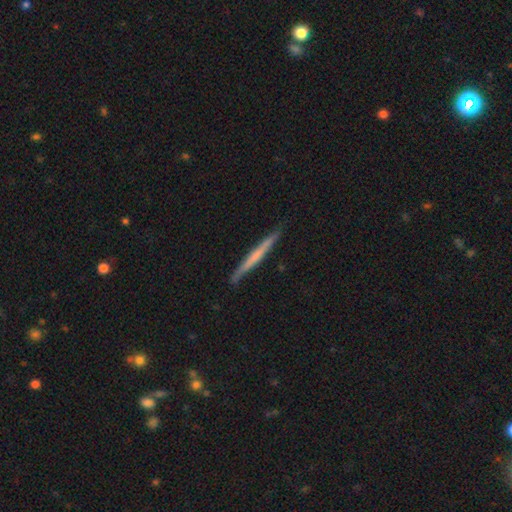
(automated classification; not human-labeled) smooth-or-featured: featured or disk: 48% | smooth: 46% | star or artifact: 5%
  merging: none: 88% | minor disturbance: 9% | major disturbance: 2% | merger: 1%